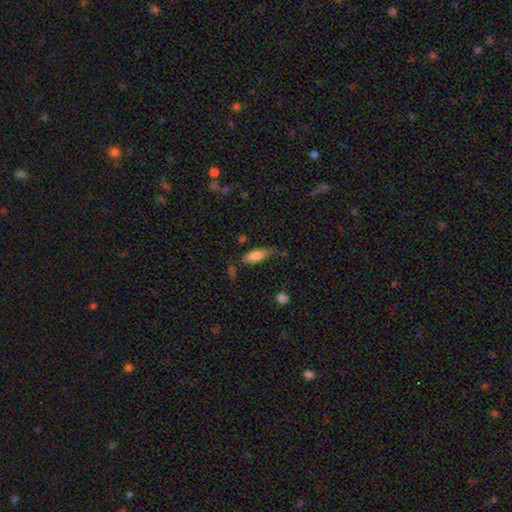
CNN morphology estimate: Overall: smooth (76%). How rounded: in between (63%; cigar-shaped 35%). Merging: none (58%; minor disturbance 29%).